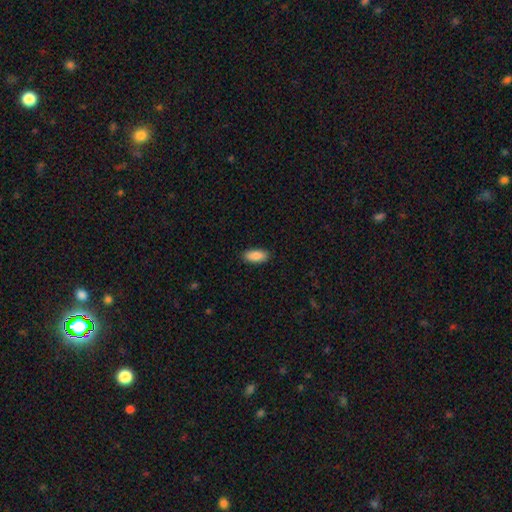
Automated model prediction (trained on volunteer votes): Smooth or featured? Predicted: smooth (p=0.90). How rounded? Predicted: in between (p=0.88). Merging? Predicted: none (p=0.90).